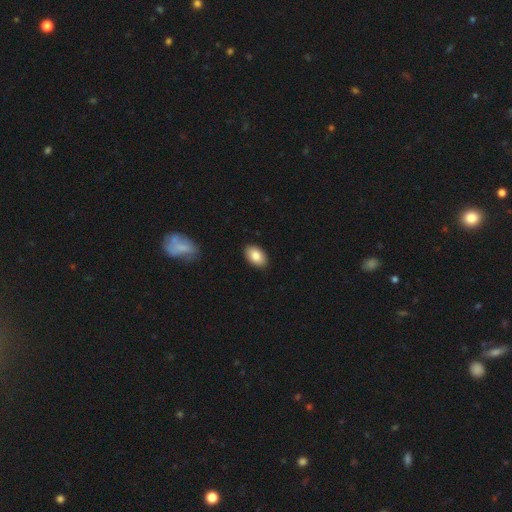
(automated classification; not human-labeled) Q: Smooth or featured?
A: smooth (85%); runner-up: featured or disk (8%)
Q: How rounded?
A: in between (92%); runner-up: round (6%)
Q: Merging?
A: none (90%); runner-up: minor disturbance (7%)